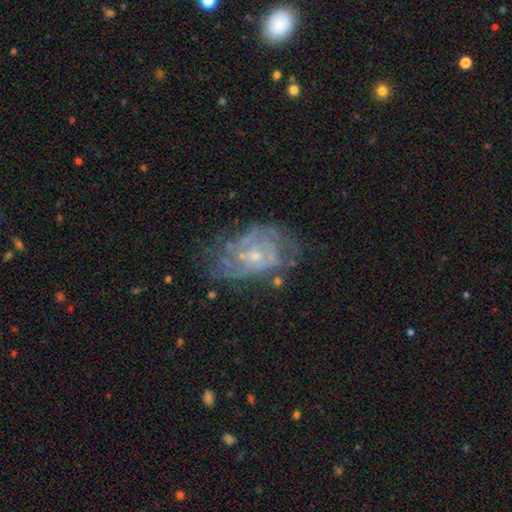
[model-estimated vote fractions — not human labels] smooth-or-featured: featured or disk: 78% | smooth: 13% | star or artifact: 9%
  disk-edge-on: no: 97% | yes: 3%
    bar: no: 73% | weak: 24% | strong: 4%
    has-spiral-arms: yes: 75% | no: 25%
      spiral-winding: tight: 54% | medium: 34% | loose: 13%
      spiral-arm-count: can't tell: 50% | 2: 21% | 3: 12% | 4: 7% | 1: 5% | more than 4: 5%
    bulge-size: small: 66% | moderate: 27% | none: 5% | large: 1% | dominant: 1%
  merging: none: 55% | minor disturbance: 23% | major disturbance: 18% | merger: 4%